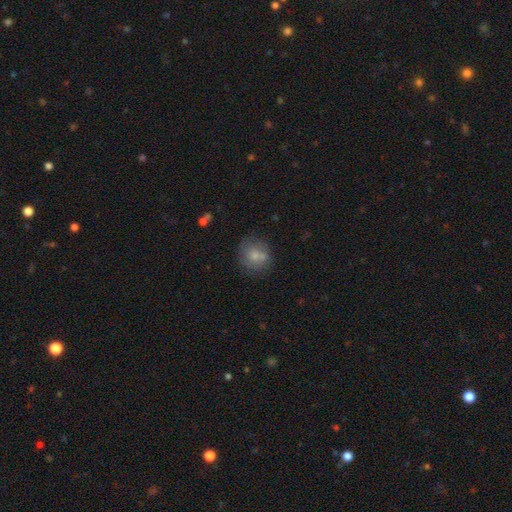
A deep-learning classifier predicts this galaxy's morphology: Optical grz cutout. It shows a smooth galaxy with no disk features (70%) that is round (78%). Merging: none (61%).